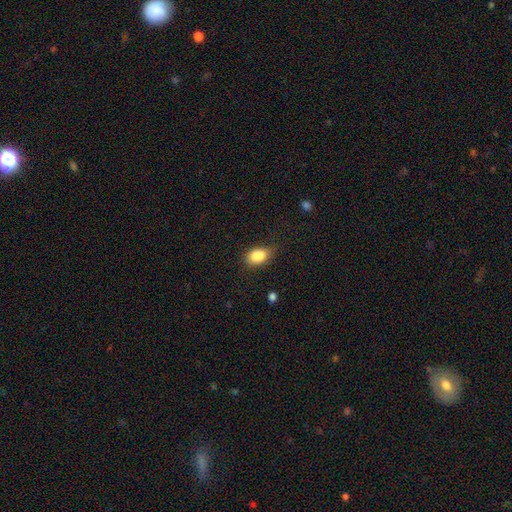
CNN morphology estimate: This appears to be a smooth galaxy with no disk features (85%) that is in between round and cigar-shaped (82%). Merging: none (58%).